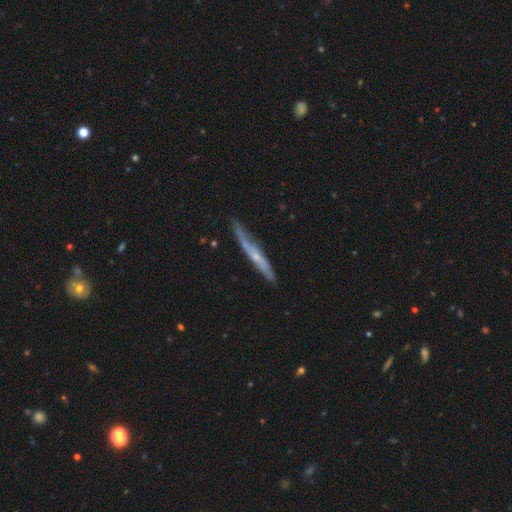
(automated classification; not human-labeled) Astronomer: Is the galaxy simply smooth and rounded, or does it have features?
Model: featured or disk — 63%.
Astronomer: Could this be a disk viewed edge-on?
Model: yes — 86%.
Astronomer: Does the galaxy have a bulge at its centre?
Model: none — 53% (runner-up: rounded, 43%).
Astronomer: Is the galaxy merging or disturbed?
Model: none — 69%.